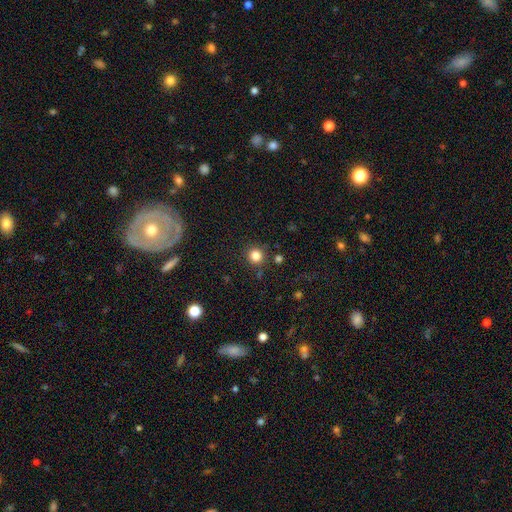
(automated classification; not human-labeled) Smooth or featured?
  - smooth: 83% *
  - star or artifact: 13%
  - featured or disk: 5%
How rounded?
  - round: 93% *
  - in between: 6%
  - cigar-shaped: 1%
Merging?
  - none: 86% *
  - minor disturbance: 7%
  - merger: 4%
  - major disturbance: 3%